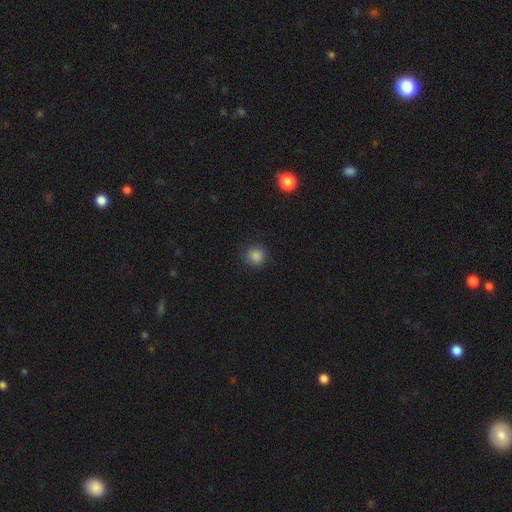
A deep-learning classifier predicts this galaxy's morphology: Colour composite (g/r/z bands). It shows a smooth galaxy with no disk features (85%) that is round (90%). Merging: none (82%).